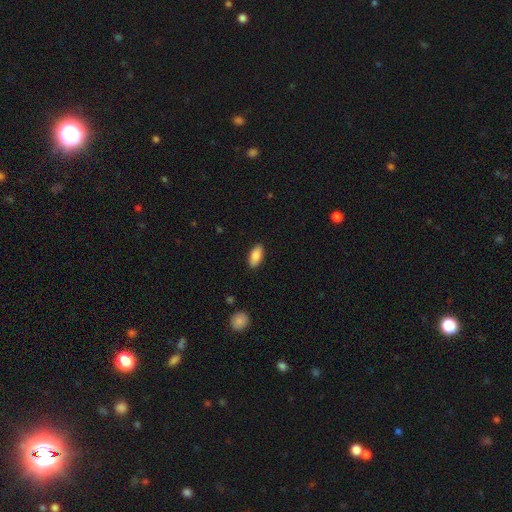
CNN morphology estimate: smooth_or_featured: smooth (p=0.87) [alt: featured or disk p=0.07]
how_rounded: in between (p=0.89) [alt: cigar-shaped p=0.09]
merging: none (p=0.88) [alt: minor disturbance p=0.09]